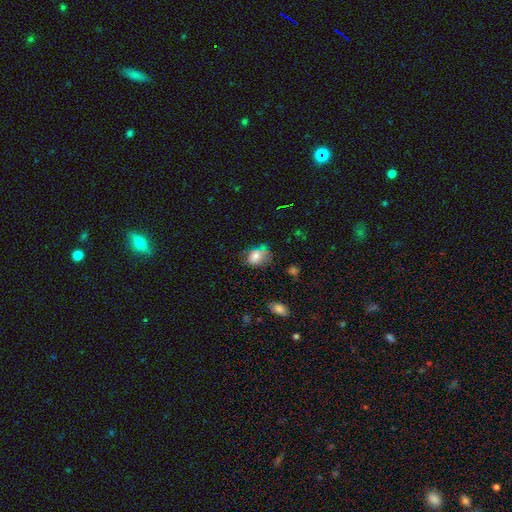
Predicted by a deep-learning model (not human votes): Morphology: type=smooth (70%); roundness=in between (57%); merging=none (57%).